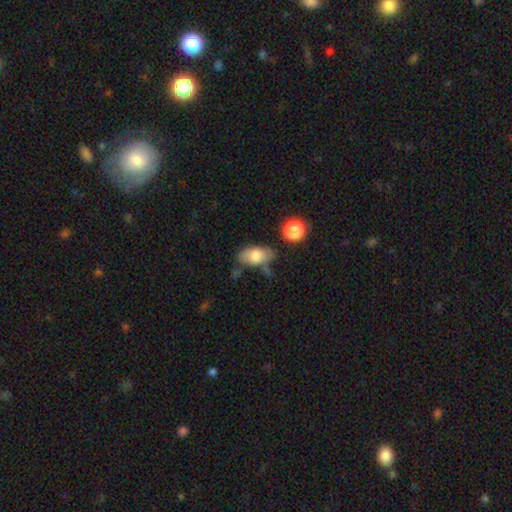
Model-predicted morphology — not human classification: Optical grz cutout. It shows a smooth galaxy with no disk features (75%) that is in between round and cigar-shaped (90%). Merging: none (52%).